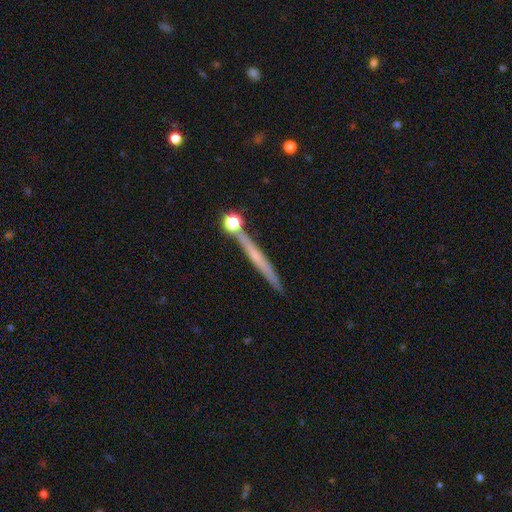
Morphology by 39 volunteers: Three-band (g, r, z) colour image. It shows a featured or disk galaxy (62%) viewed edge-on (100%) with no central bulge (83%). Merging: none (89%).